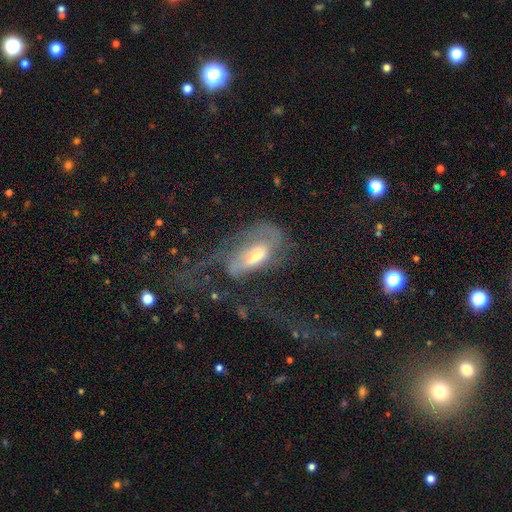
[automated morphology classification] smooth-or-featured: featured or disk: 65% | smooth: 27% | star or artifact: 8%
  disk-edge-on: no: 89% | yes: 11%
    bar: no: 42% | weak: 39% | strong: 19%
    has-spiral-arms: yes: 67% | no: 33%
    bulge-size: moderate: 58% | small: 29% | large: 10% | none: 2% | dominant: 2%
  merging: major disturbance: 61% | none: 22% | minor disturbance: 13% | merger: 4%